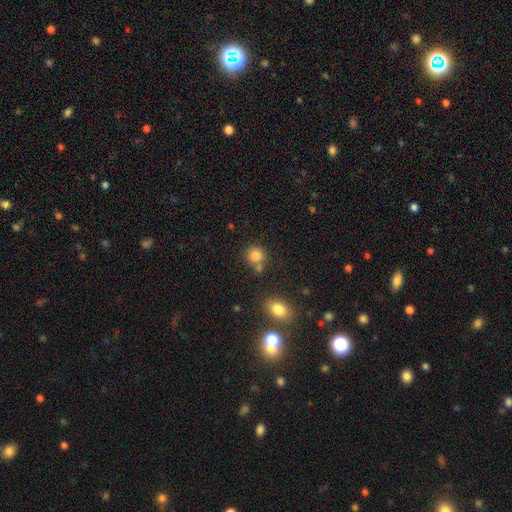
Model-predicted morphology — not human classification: type=smooth (82%); roundness=round (88%); merging=none (67%).